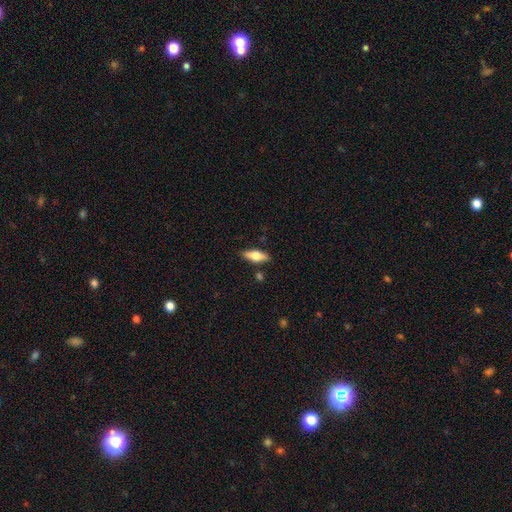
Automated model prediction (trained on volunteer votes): Smooth or featured: smooth — 60% (featured or disk — 34%)
How rounded: in between — 64% (cigar-shaped — 33%)
Merging: none — 85% (minor disturbance — 10%)